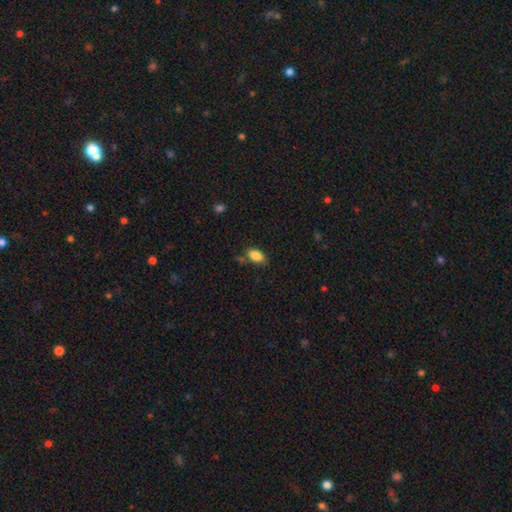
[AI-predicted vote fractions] Morphology: type=smooth (86%); roundness=in between (91%); merging=none (71%).